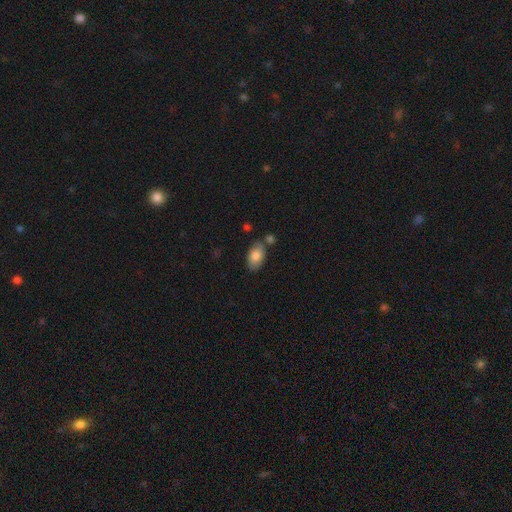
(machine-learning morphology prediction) smooth_or_featured: smooth (p=0.81) [alt: featured or disk p=0.12]
how_rounded: in between (p=0.92) [alt: round p=0.06]
merging: none (p=0.72) [alt: minor disturbance p=0.14]